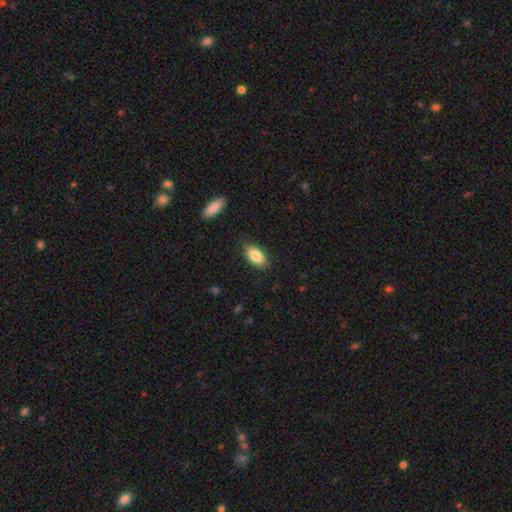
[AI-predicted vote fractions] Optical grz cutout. It shows a smooth galaxy with no disk features (85%) that is in between round and cigar-shaped (92%). Merging: none (84%).